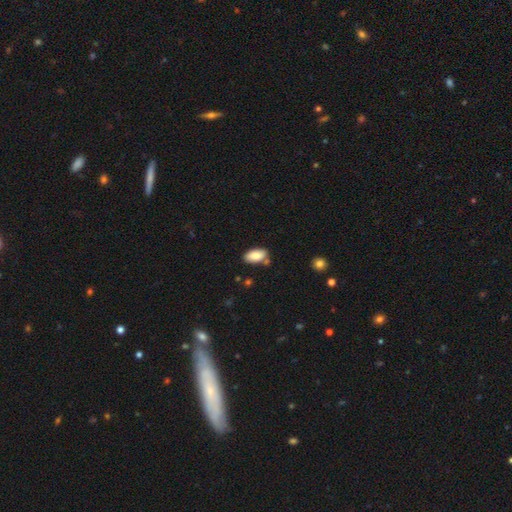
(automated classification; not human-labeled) This appears to be a smooth galaxy with no disk features (86%) that is in between round and cigar-shaped (93%). Merging: none (77%).